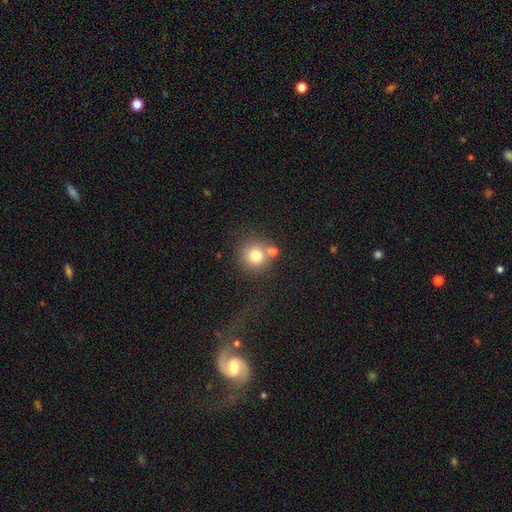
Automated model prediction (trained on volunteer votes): The model was most divided on "merging": none: 58%, merger: 27%, minor disturbance: 10%, major disturbance: 5%. More confident: how rounded — round (91%); smooth or featured — smooth (76%).